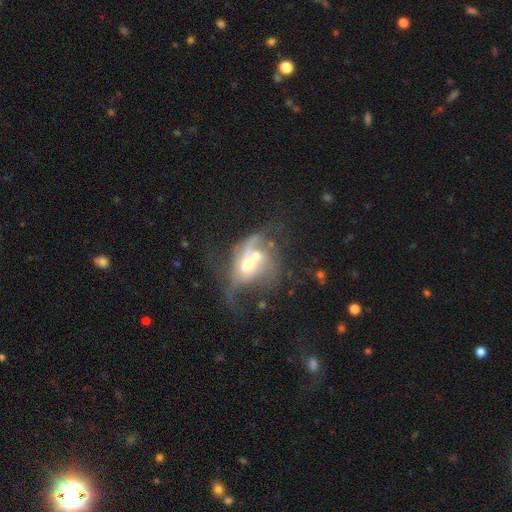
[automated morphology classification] Smooth or featured: featured or disk — 63% (smooth — 26%)
Edge-on disk: no — 95% (yes — 5%)
Bar: no — 68% (weak — 24%)
Spiral arms: yes — 51% (no — 49%)
Bulge size: moderate — 63% (small — 17%)
Merging: merger — 54% (major disturbance — 23%)